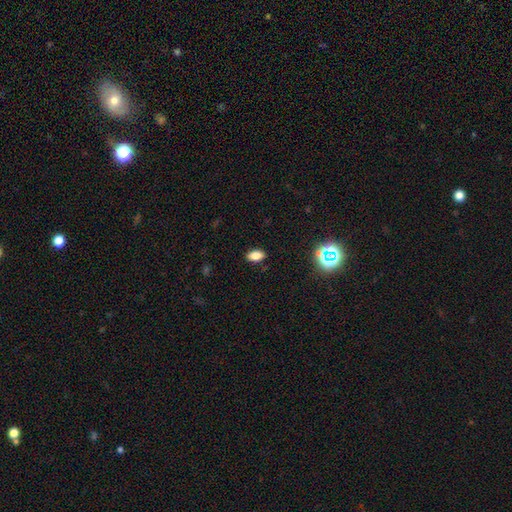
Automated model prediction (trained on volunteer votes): Smooth or featured? Predicted: smooth (p=0.79). How rounded? Predicted: in between (p=0.89). Merging? Predicted: none (p=0.88).